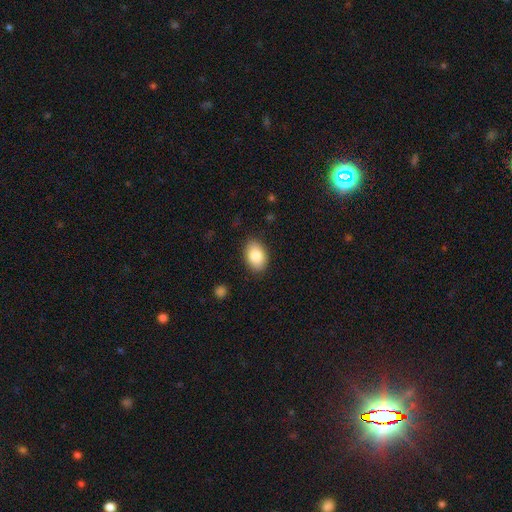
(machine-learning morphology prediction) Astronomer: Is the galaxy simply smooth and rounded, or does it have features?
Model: smooth — 86%.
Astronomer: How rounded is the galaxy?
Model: in between — 88%.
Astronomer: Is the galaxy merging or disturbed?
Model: none — 86%.